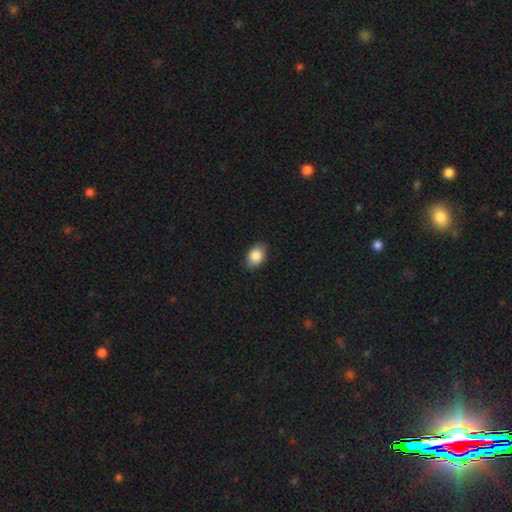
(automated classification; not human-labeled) Morphology: type=smooth (87%); roundness=in between (81%); merging=none (86%).